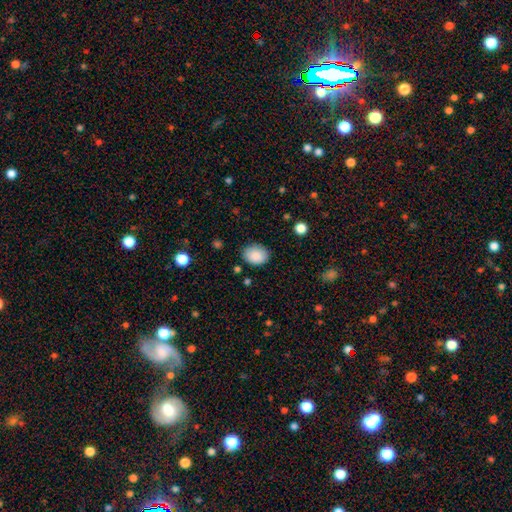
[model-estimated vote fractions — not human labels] Overall: smooth (88%). How rounded: in between (52%; round 47%). Merging: none (84%).